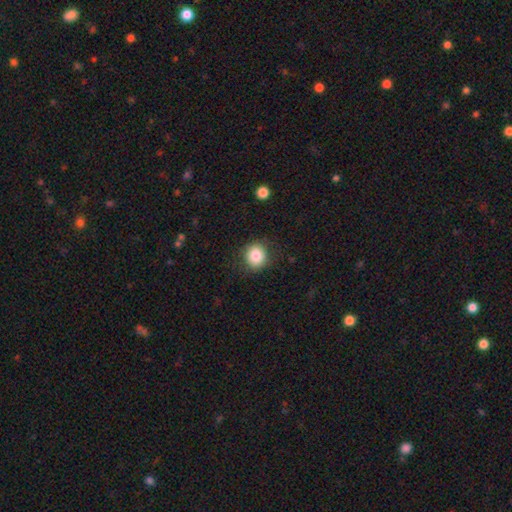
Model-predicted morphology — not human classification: smooth-or-featured: smooth: 83% | star or artifact: 10% | featured or disk: 7%
  how-rounded: round: 81% | in between: 18% | cigar-shaped: 1%
  merging: none: 85% | minor disturbance: 10% | major disturbance: 4% | merger: 1%